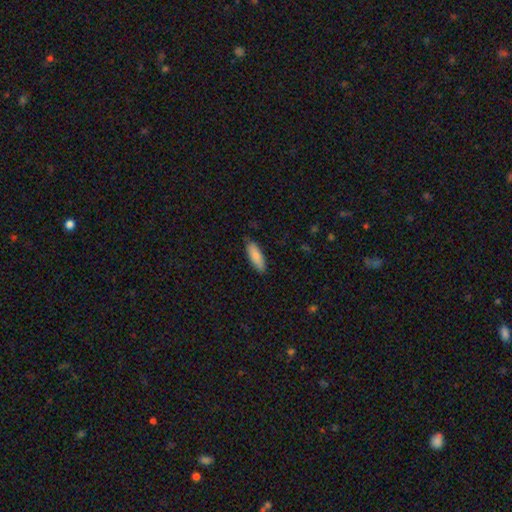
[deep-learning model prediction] Smooth or featured: smooth — 84% (featured or disk — 11%)
How rounded: in between — 53% (cigar-shaped — 46%)
Merging: none — 84% (minor disturbance — 13%)